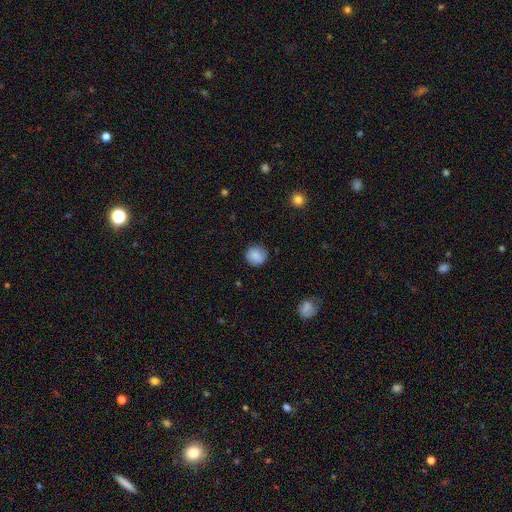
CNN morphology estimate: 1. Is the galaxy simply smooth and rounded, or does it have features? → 83% smooth, 9% featured or disk, 8% star or artifact.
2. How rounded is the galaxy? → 90% round, 9% in between, 1% cigar-shaped.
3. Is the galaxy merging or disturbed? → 82% none, 13% minor disturbance, 4% major disturbance, 1% merger.